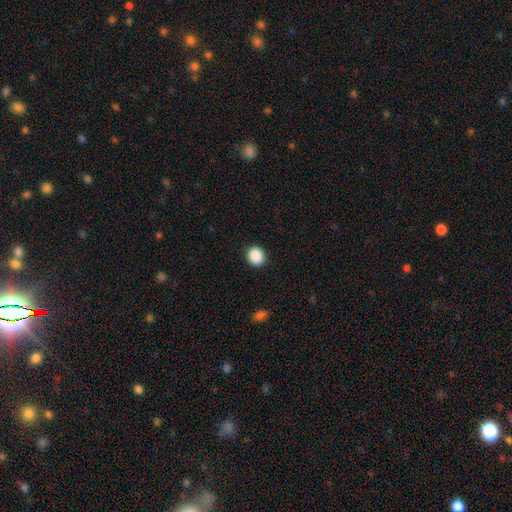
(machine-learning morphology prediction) smooth 90%, star or artifact 8%, featured or disk 2%. Down the decision tree: how rounded — round (80%); merging — none (91%).